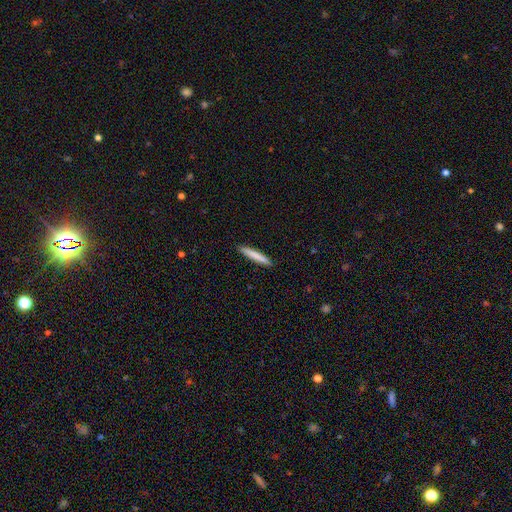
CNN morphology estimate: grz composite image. It shows a smooth galaxy with no disk features (80%) that is cigar-shaped (95%). Merging: none (92%).